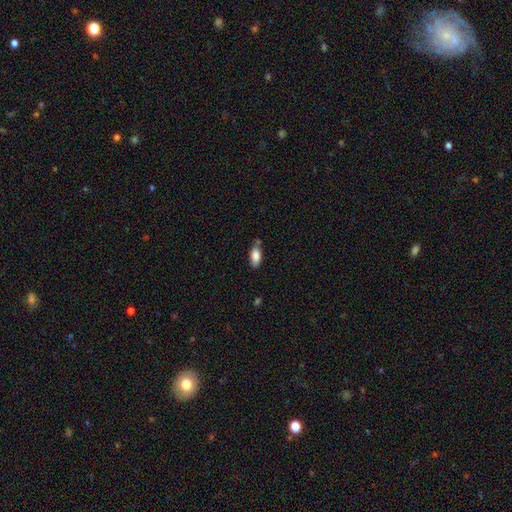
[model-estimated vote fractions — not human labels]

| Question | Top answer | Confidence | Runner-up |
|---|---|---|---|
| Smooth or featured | smooth | 86% | star or artifact (7%) |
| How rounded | in between | 88% | cigar-shaped (10%) |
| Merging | none | 68% | minor disturbance (21%) |